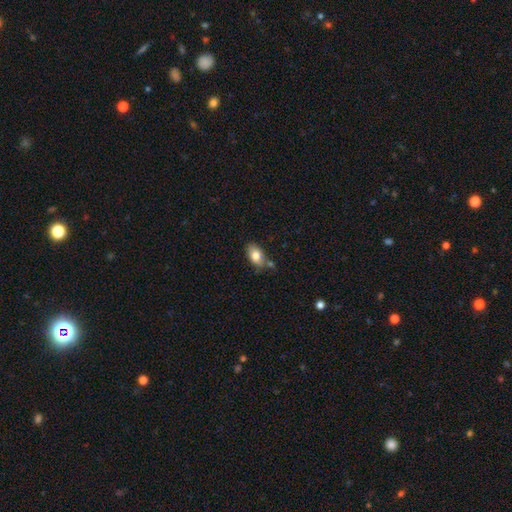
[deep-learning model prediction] This appears to be a smooth galaxy with no disk features (79%) that is in between round and cigar-shaped (89%). Merging: none (63%).